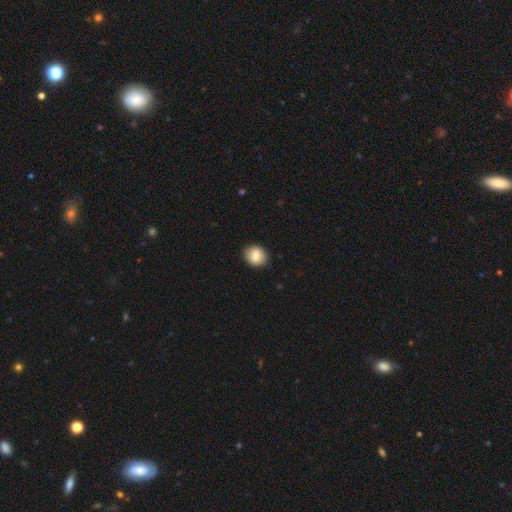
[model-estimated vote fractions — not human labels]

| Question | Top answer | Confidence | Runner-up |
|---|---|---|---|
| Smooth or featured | smooth | 80% | featured or disk (12%) |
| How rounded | round | 67% | in between (32%) |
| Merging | none | 90% | minor disturbance (7%) |